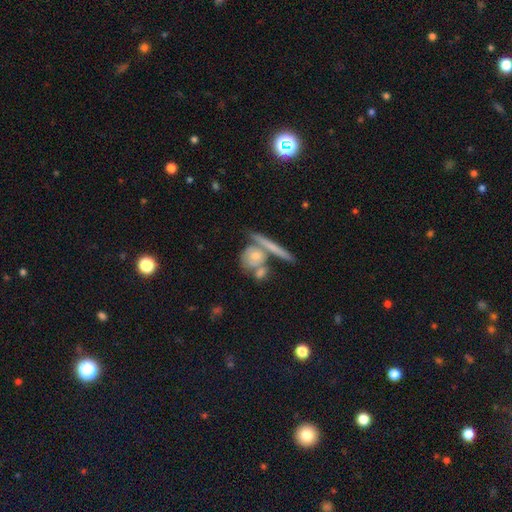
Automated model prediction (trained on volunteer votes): Q: Smooth or featured?
A: featured or disk (48%); runner-up: smooth (43%)
Q: Merging?
A: none (54%); runner-up: merger (29%)